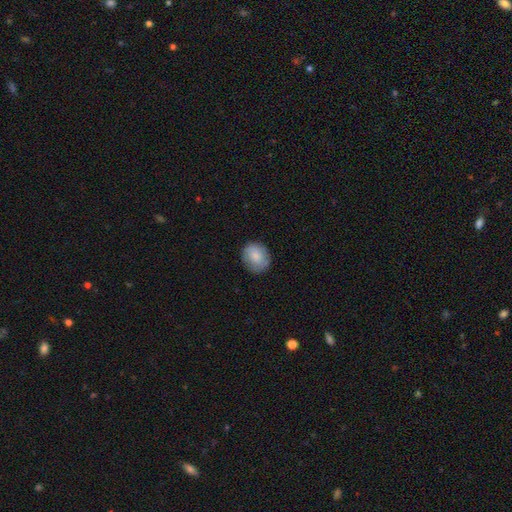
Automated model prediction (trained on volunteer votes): Smooth or featured?
  - smooth: 79% *
  - featured or disk: 14%
  - star or artifact: 7%
How rounded?
  - round: 68% *
  - in between: 31%
  - cigar-shaped: 1%
Merging?
  - none: 83% *
  - minor disturbance: 13%
  - major disturbance: 3%
  - merger: 1%